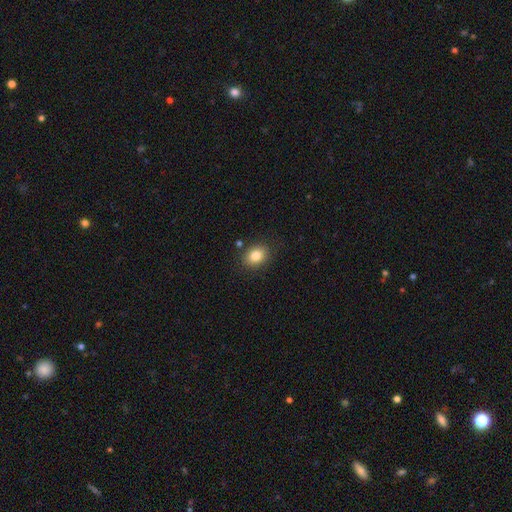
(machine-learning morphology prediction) The model was most divided on "how rounded": in between: 60%, round: 39%, cigar-shaped: 1%. More confident: merging — none (85%); smooth or featured — smooth (84%).